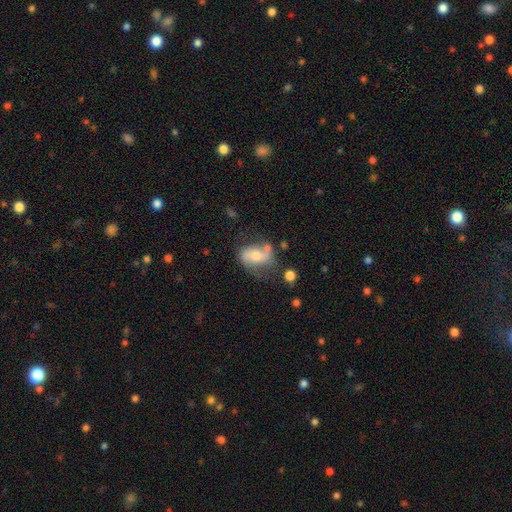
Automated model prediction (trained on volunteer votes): Q: Smooth or featured?
A: featured or disk (52%); runner-up: smooth (40%)
Q: Edge-on disk?
A: no (94%); runner-up: yes (6%)
Q: Merging?
A: none (47%); runner-up: minor disturbance (25%)